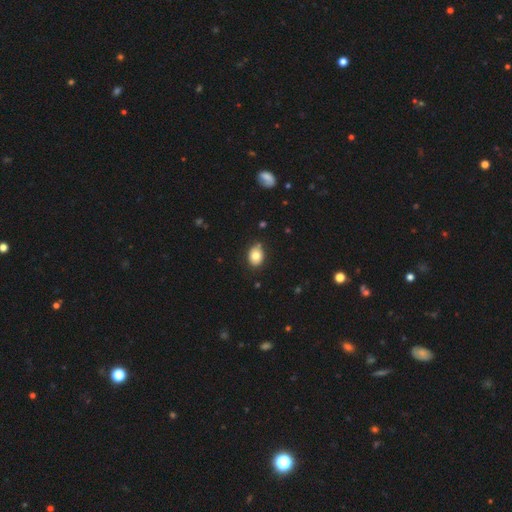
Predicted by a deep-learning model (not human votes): Smooth or featured?
  - smooth: 78% *
  - featured or disk: 13%
  - star or artifact: 9%
How rounded?
  - in between: 61% *
  - round: 38%
  - cigar-shaped: 1%
Merging?
  - none: 77% *
  - minor disturbance: 18%
  - major disturbance: 3%
  - merger: 2%